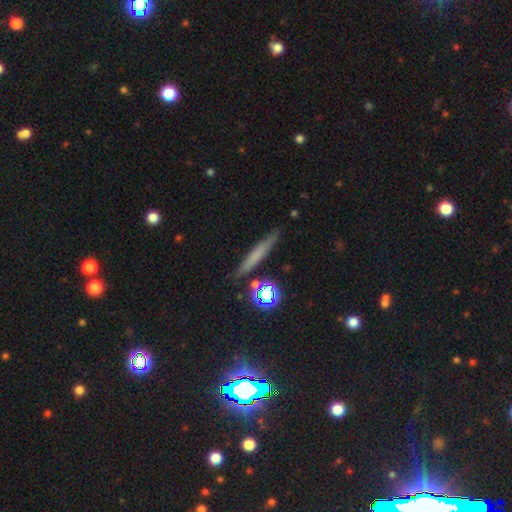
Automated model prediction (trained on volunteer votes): Morphology: type=smooth (56%); roundness=cigar-shaped (90%); merging=none (86%).